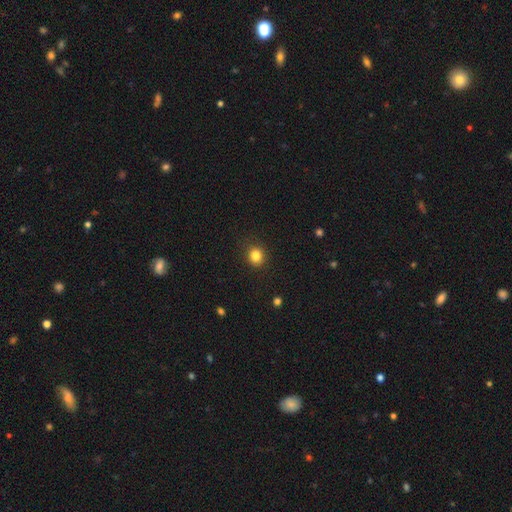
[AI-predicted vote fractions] smooth-or-featured: smooth: 83% | star or artifact: 12% | featured or disk: 5%
  how-rounded: round: 83% | in between: 17% | cigar-shaped: 1%
  merging: none: 89% | minor disturbance: 7% | major disturbance: 2% | merger: 1%